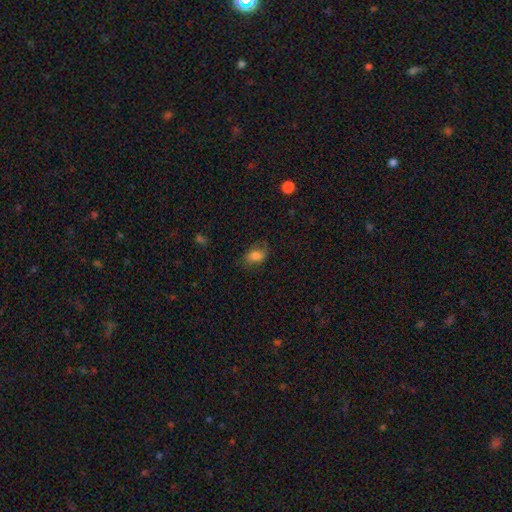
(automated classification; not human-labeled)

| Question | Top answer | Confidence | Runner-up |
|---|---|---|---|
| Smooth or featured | smooth | 72% | featured or disk (18%) |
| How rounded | in between | 82% | round (16%) |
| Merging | none | 62% | minor disturbance (25%) |